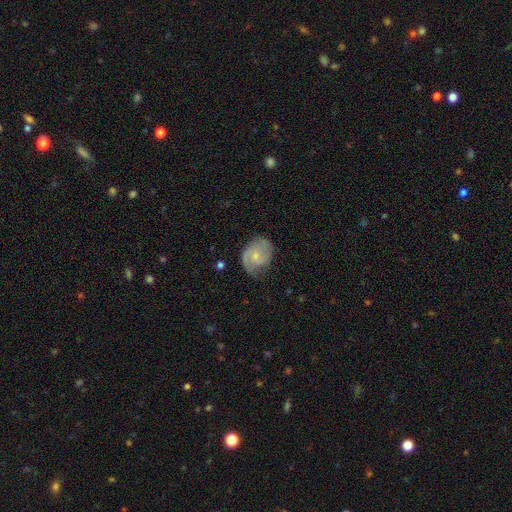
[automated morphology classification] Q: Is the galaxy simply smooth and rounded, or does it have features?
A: featured or disk — 66%.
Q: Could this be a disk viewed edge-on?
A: no — 97%.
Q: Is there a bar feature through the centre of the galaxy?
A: no — 64%.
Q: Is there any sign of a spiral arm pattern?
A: yes — 92%.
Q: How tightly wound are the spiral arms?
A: medium — 45%.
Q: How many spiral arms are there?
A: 2 — 69%.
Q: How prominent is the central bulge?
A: small — 65%.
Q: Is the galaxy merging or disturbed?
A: none — 66%.